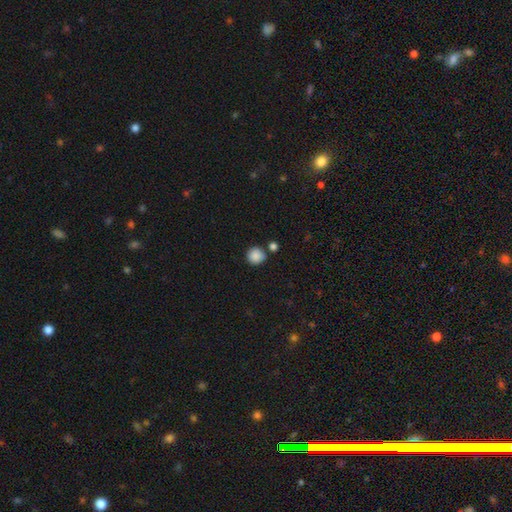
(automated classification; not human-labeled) Morphology: type=smooth (87%); roundness=round (93%); merging=none (76%).